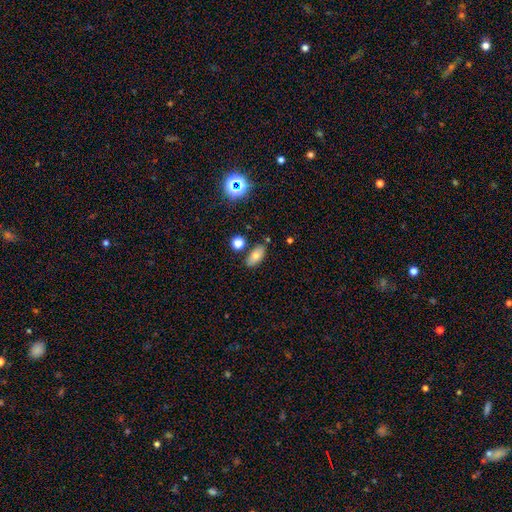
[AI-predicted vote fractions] smooth-or-featured: smooth: 73% | featured or disk: 16% | star or artifact: 12%
  how-rounded: in between: 88% | cigar-shaped: 6% | round: 6%
  merging: none: 80% | minor disturbance: 12% | merger: 6% | major disturbance: 3%